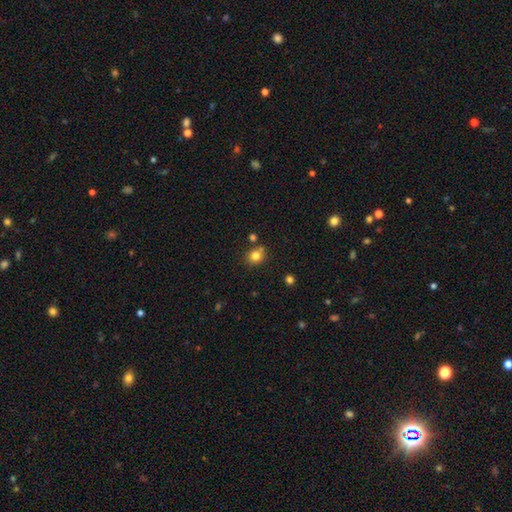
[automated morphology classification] A smooth galaxy with no disk features (80%) that is round (78%). Merging: none (73%).